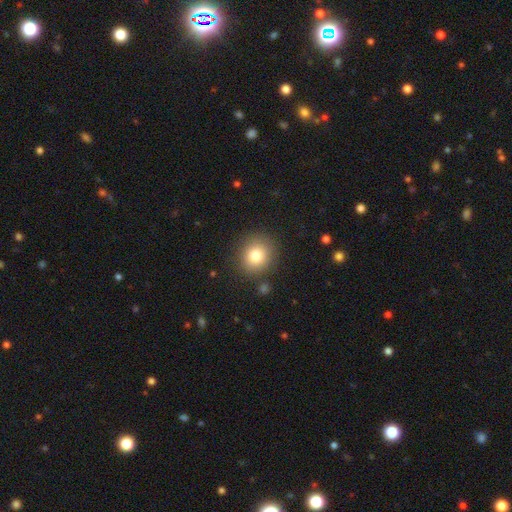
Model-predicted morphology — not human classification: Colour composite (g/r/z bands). It shows a smooth galaxy with no disk features (80%) that is round (83%). Merging: none (87%).